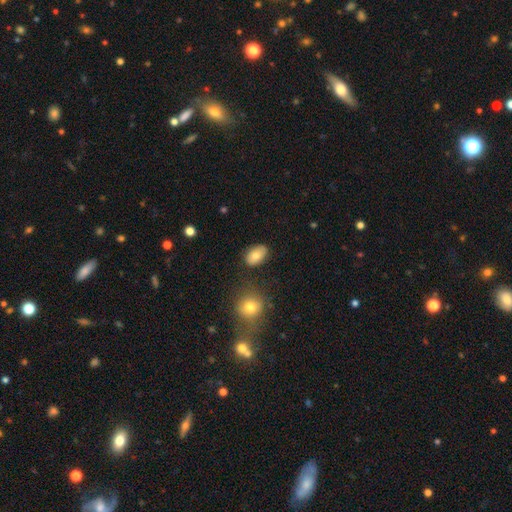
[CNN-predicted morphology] Smooth or featured? Predicted: smooth (p=0.82). How rounded? Predicted: in between (p=0.90). Merging? Predicted: none (p=0.80).